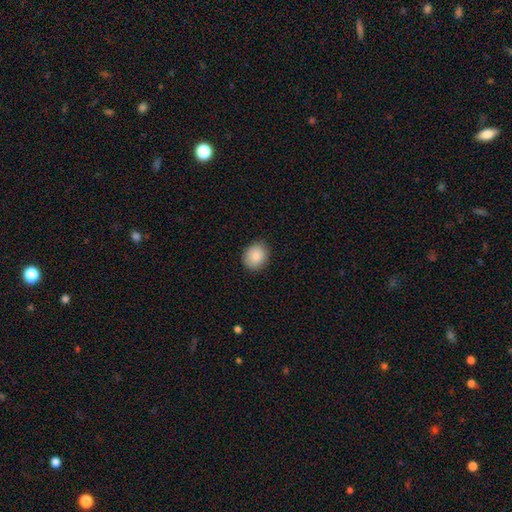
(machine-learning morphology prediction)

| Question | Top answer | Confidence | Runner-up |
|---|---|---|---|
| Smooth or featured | smooth | 87% | star or artifact (8%) |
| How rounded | round | 66% | in between (34%) |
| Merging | none | 87% | minor disturbance (10%) |